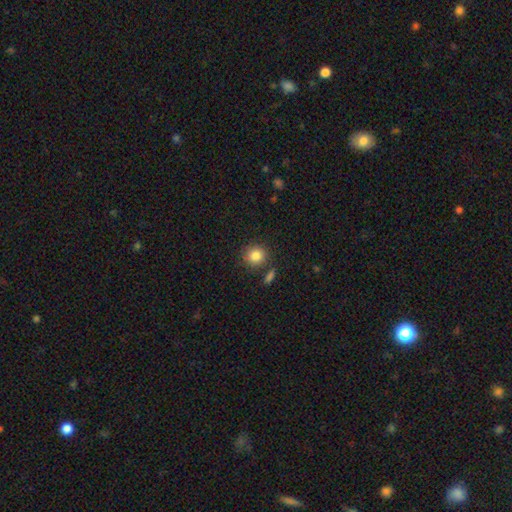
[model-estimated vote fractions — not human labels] Overall: smooth (84%). How rounded: round (87%). Merging: none (80%).